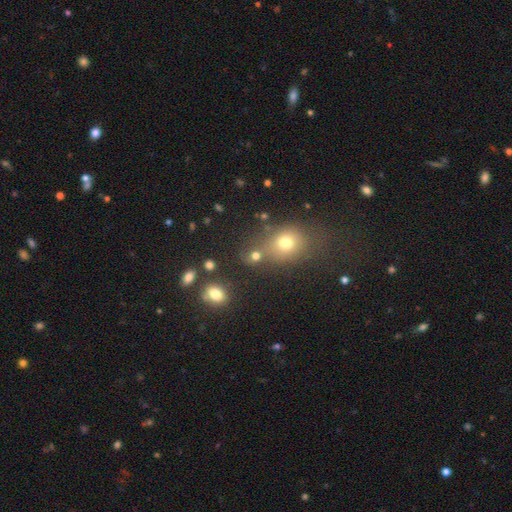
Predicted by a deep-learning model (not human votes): Smooth or featured? Predicted: smooth (p=0.70). How rounded? Predicted: round (p=0.72). Merging? Predicted: none (p=0.58).